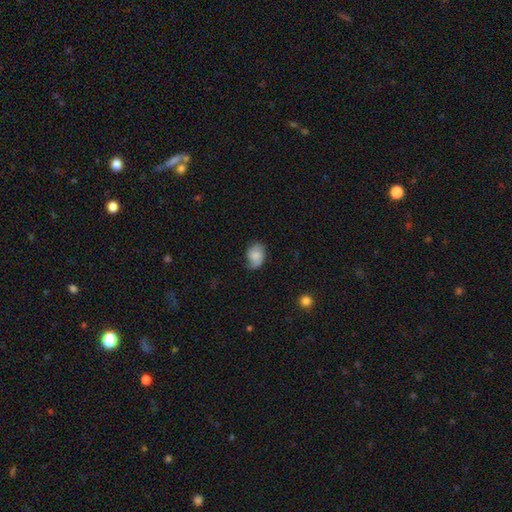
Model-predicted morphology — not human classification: type=smooth (66%); roundness=in between (72%); merging=none (57%).